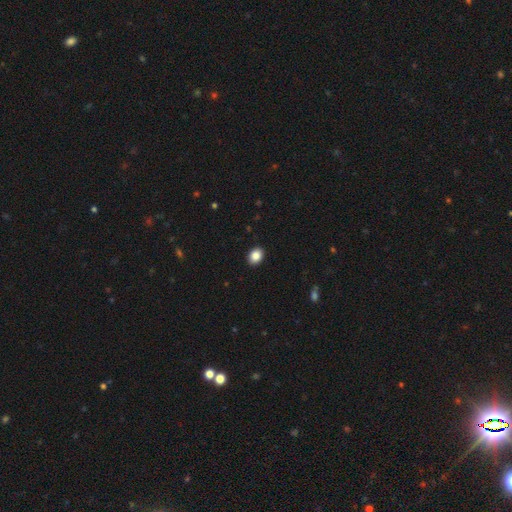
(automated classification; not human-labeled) smooth-or-featured: smooth: 87% | star or artifact: 9% | featured or disk: 5%
  how-rounded: in between: 64% | round: 35% | cigar-shaped: 1%
  merging: none: 91% | minor disturbance: 6% | major disturbance: 2% | merger: 1%